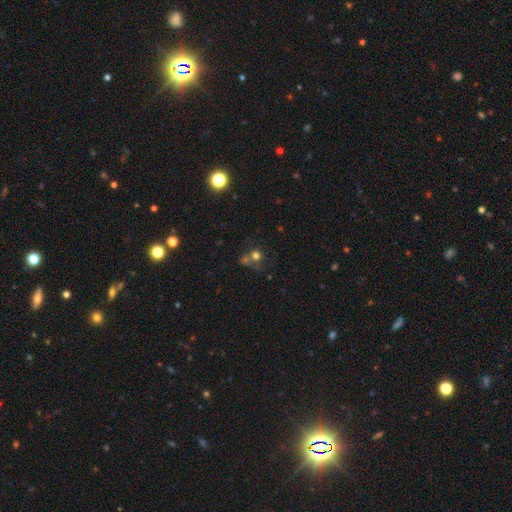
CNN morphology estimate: Smooth or featured? smooth (63%)
How rounded? round (84%)
Merging? none (43%)